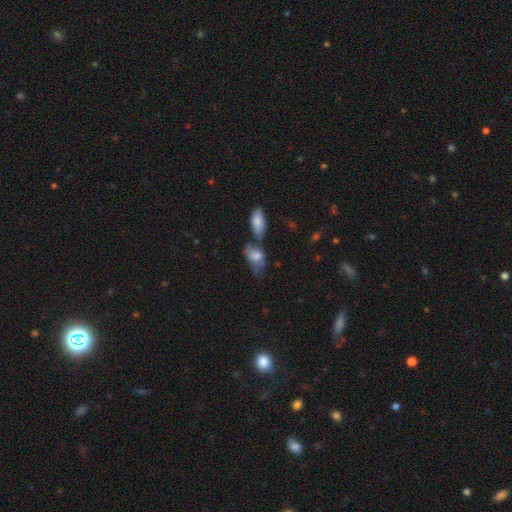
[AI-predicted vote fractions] The model was most divided on "merging": none: 31%, merger: 29%, minor disturbance: 24%, major disturbance: 16%. More confident: how rounded — in between (87%); smooth or featured — smooth (68%).